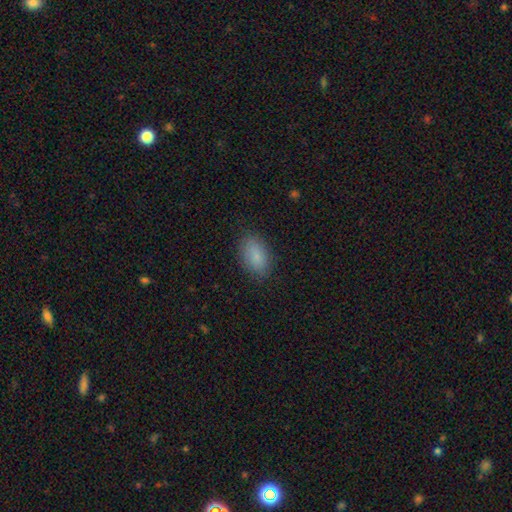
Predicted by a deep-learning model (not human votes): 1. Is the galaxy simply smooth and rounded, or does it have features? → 85% smooth, 8% star or artifact, 7% featured or disk.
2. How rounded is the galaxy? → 90% in between, 8% round, 2% cigar-shaped.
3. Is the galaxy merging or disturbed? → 85% none, 11% minor disturbance, 3% major disturbance, 1% merger.